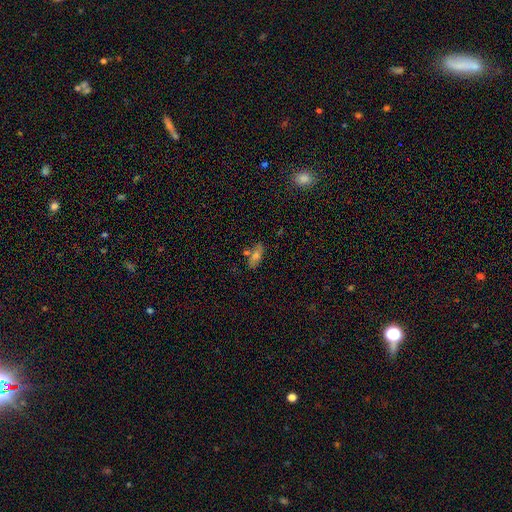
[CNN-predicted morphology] Smooth or featured? smooth (60%)
How rounded? in between (72%)
Merging? none (65%)